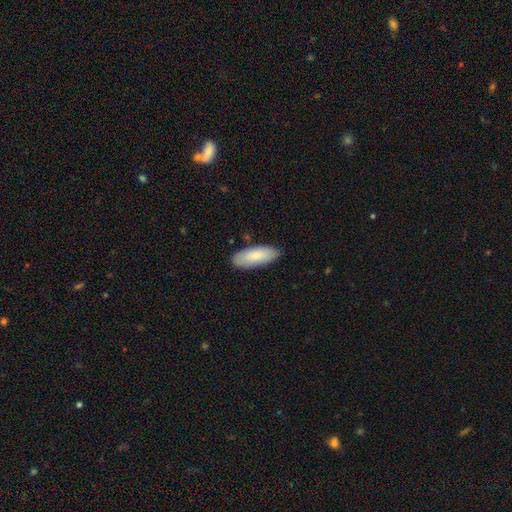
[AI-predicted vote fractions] A smooth galaxy with no disk features (84%) that is in between round and cigar-shaped (78%).

Vote fractions:
- Smooth or featured? smooth: 84% / featured or disk: 10% / star or artifact: 5%
- How rounded? in between: 78% / cigar-shaped: 21% / round: 2%
- Merging? none: 86% / minor disturbance: 11% / major disturbance: 2% / merger: 1%